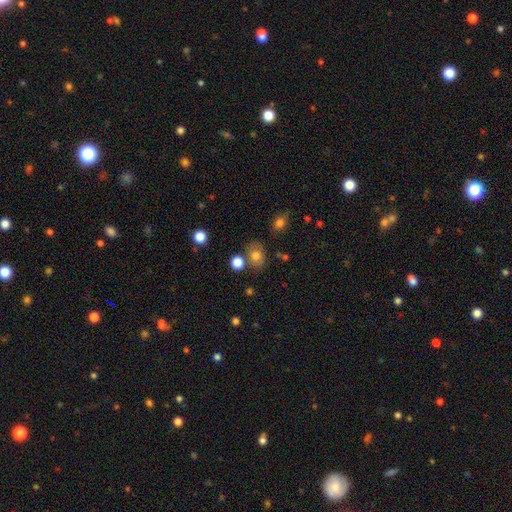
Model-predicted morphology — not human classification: This is likely a smooth galaxy (77%). How rounded: possibly round (54%). Merging: likely none (70%).